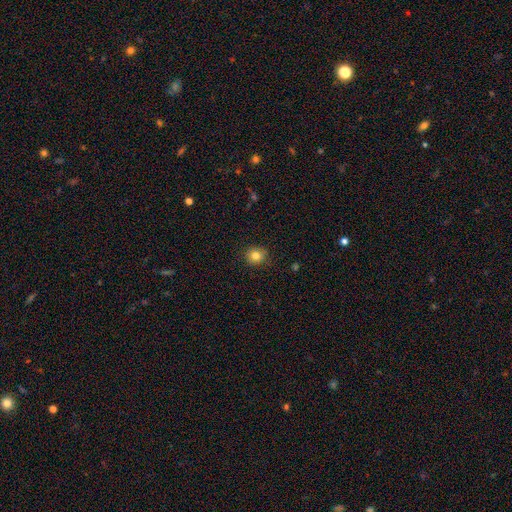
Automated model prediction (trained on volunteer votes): Smooth or featured?
  - smooth: 83% *
  - star or artifact: 11%
  - featured or disk: 6%
How rounded?
  - round: 84% *
  - in between: 15%
  - cigar-shaped: 1%
Merging?
  - none: 88% *
  - minor disturbance: 9%
  - major disturbance: 2%
  - merger: 1%